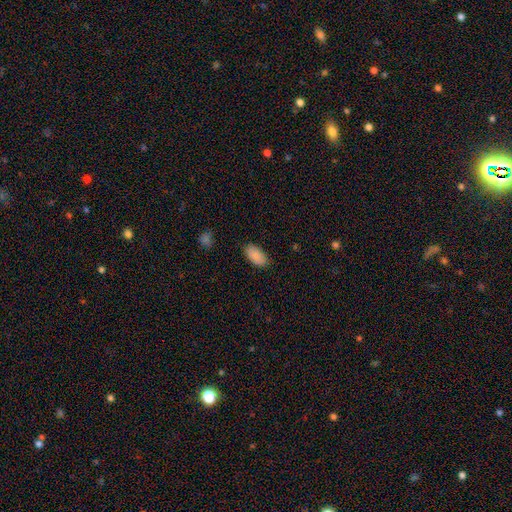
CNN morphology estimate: Smooth or featured? Predicted: smooth (p=0.89). How rounded? Predicted: in between (p=0.94). Merging? Predicted: none (p=0.84).